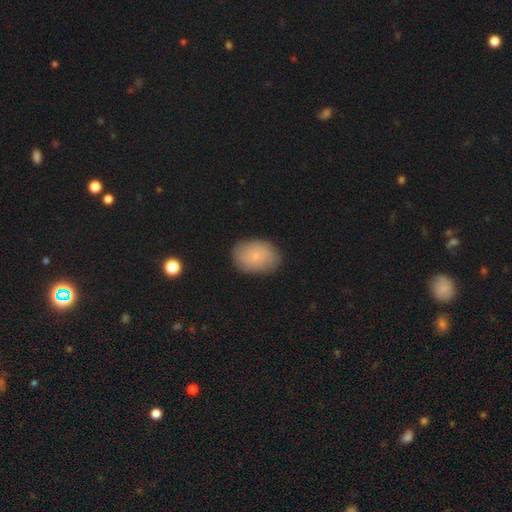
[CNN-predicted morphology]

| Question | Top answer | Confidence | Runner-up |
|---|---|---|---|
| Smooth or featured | smooth | 65% | featured or disk (26%) |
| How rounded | in between | 76% | round (23%) |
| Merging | none | 82% | minor disturbance (13%) |